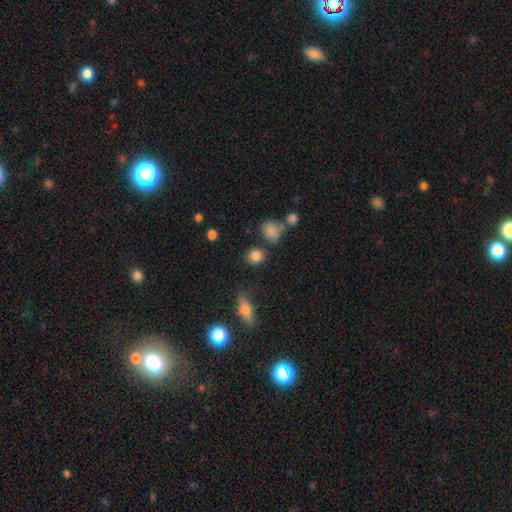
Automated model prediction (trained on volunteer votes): Q: Smooth or featured?
A: smooth (84%); runner-up: star or artifact (11%)
Q: How rounded?
A: round (78%); runner-up: in between (20%)
Q: Merging?
A: none (79%); runner-up: minor disturbance (10%)